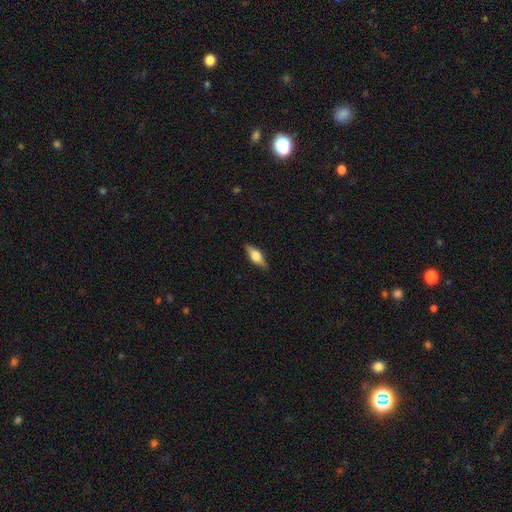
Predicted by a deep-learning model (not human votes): Smooth or featured: featured or disk — 56% (smooth — 37%)
Edge-on disk: yes — 94% (no — 6%)
Edge-on bulge: rounded — 91% (boxy — 7%)
Merging: none — 88% (minor disturbance — 9%)